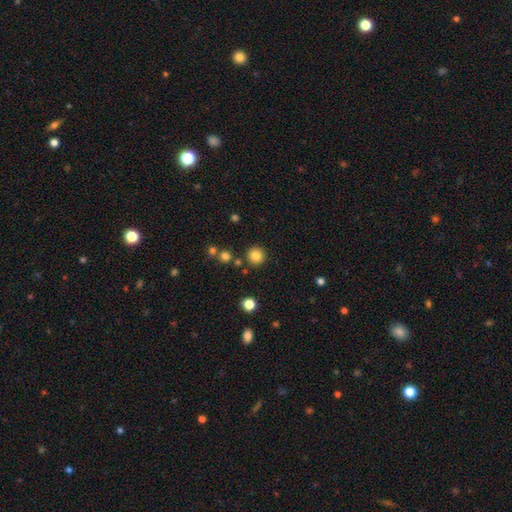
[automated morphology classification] Smooth or featured? Predicted: smooth (p=0.83). How rounded? Predicted: round (p=0.95). Merging? Predicted: none (p=0.88).